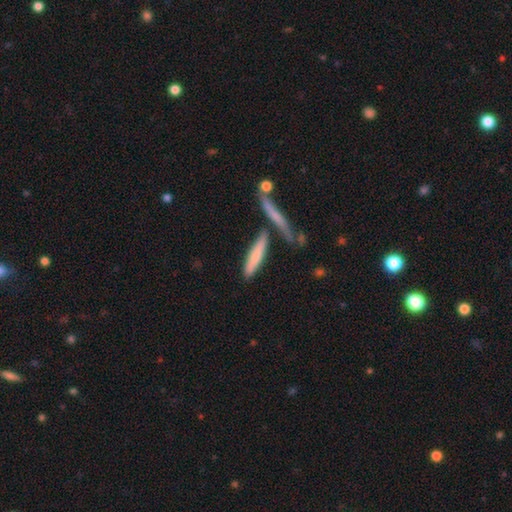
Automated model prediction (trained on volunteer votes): The model was most divided on "merging": none: 62%, merger: 18%, minor disturbance: 14%, major disturbance: 6%. More confident: how rounded — cigar-shaped (85%); smooth or featured — smooth (71%).